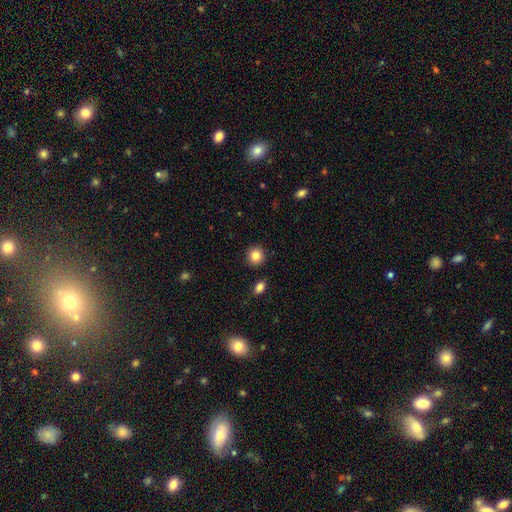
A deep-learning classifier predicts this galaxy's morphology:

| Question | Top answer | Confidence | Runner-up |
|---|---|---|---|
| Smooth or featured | smooth | 84% | star or artifact (10%) |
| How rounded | round | 90% | in between (9%) |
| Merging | none | 91% | minor disturbance (5%) |